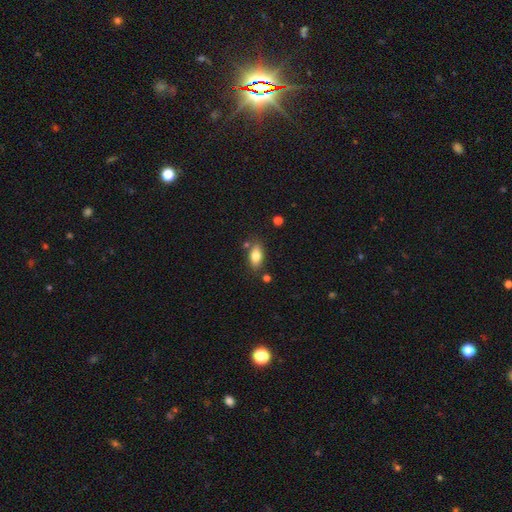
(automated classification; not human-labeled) A smooth galaxy with no disk features (80%) that is in between round and cigar-shaped (88%).

Vote fractions:
- Smooth or featured? smooth: 80% / featured or disk: 12% / star or artifact: 8%
- How rounded? in between: 88% / cigar-shaped: 7% / round: 5%
- Merging? none: 76% / minor disturbance: 14% / merger: 7% / major disturbance: 3%